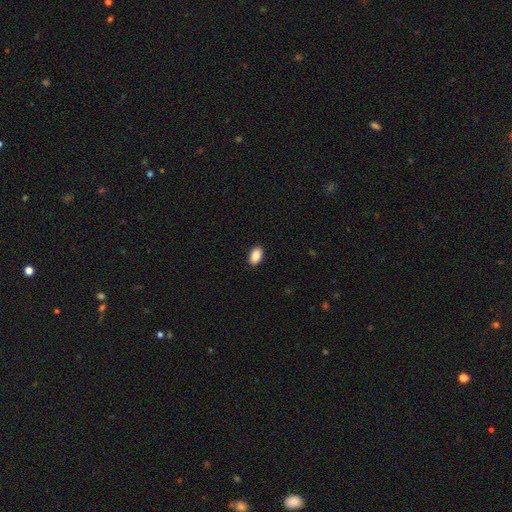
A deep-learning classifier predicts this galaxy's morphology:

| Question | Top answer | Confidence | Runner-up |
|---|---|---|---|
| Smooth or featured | smooth | 90% | star or artifact (7%) |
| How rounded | in between | 92% | round (6%) |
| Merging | none | 90% | minor disturbance (8%) |